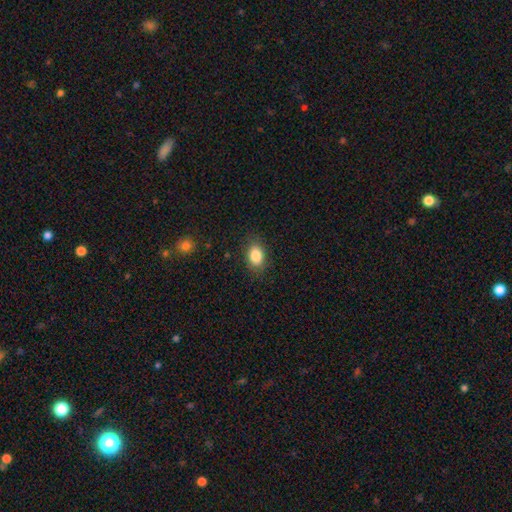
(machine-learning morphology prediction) Smooth or featured: smooth — 86% (star or artifact — 8%)
How rounded: in between — 83% (round — 16%)
Merging: none — 85% (minor disturbance — 11%)